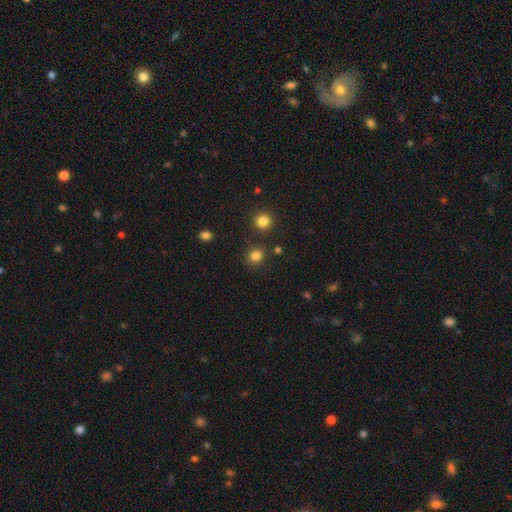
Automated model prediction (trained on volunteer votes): Q: Smooth or featured?
A: smooth (81%); runner-up: star or artifact (15%)
Q: How rounded?
A: round (83%); runner-up: in between (16%)
Q: Merging?
A: none (86%); runner-up: minor disturbance (7%)